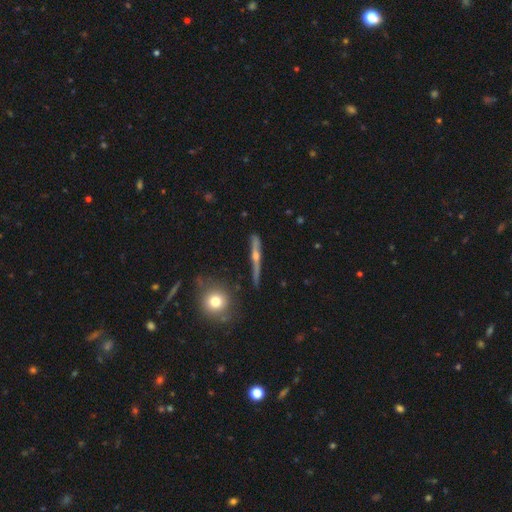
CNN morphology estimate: smooth_or_featured: featured or disk (p=0.77) [alt: smooth p=0.17]
disk_edge_on: yes (p=0.96) [alt: no p=0.04]
edge_on_bulge: rounded (p=0.90) [alt: none p=0.06]
merging: none (p=0.86) [alt: minor disturbance p=0.10]